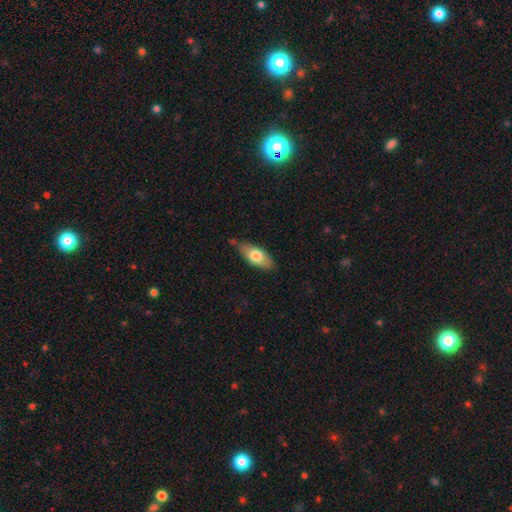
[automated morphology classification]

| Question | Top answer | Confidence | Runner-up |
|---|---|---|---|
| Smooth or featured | smooth | 71% | featured or disk (23%) |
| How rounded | in between | 81% | cigar-shaped (16%) |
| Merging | none | 75% | minor disturbance (19%) |